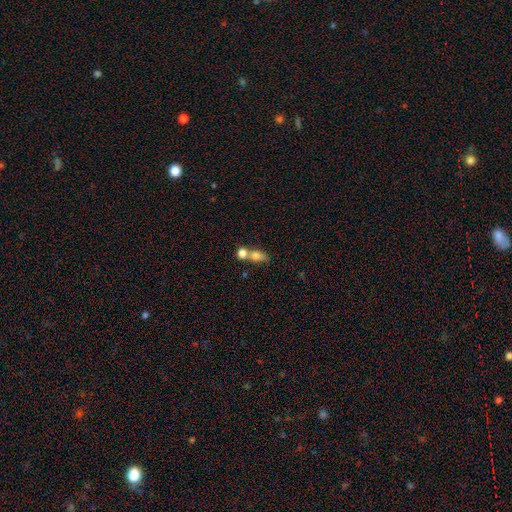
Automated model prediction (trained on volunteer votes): Overall: smooth (77%). How rounded: in between (58%; round 38%). Merging: merger (60%; none 26%).